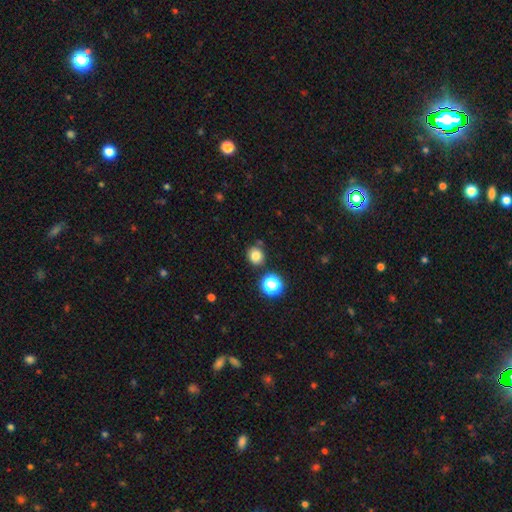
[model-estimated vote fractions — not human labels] smooth_or_featured: smooth (p=0.80) [alt: star or artifact p=0.14]
how_rounded: round (p=0.85) [alt: in between p=0.14]
merging: none (p=0.82) [alt: minor disturbance p=0.10]